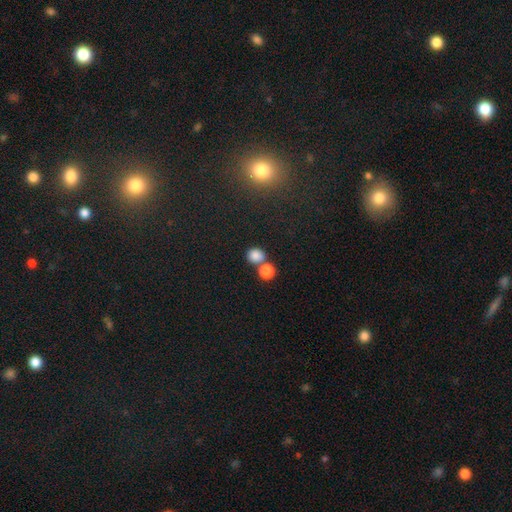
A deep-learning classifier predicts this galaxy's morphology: This is clearly a smooth galaxy (82%). How rounded: likely round (77%). Merging: possibly none (55%).